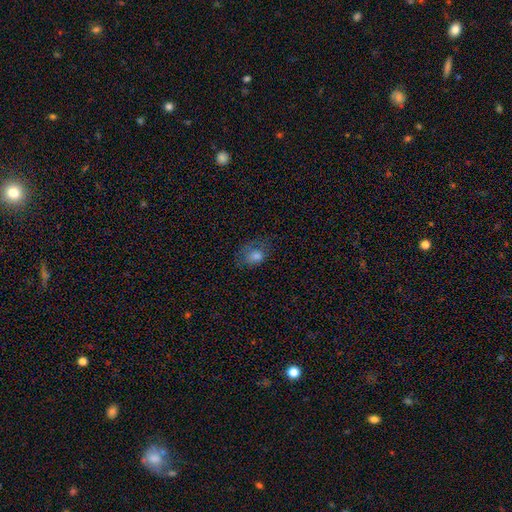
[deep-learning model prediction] Overall: smooth (69%). How rounded: in between (65%; round 33%). Merging: none (51%; minor disturbance 27%).